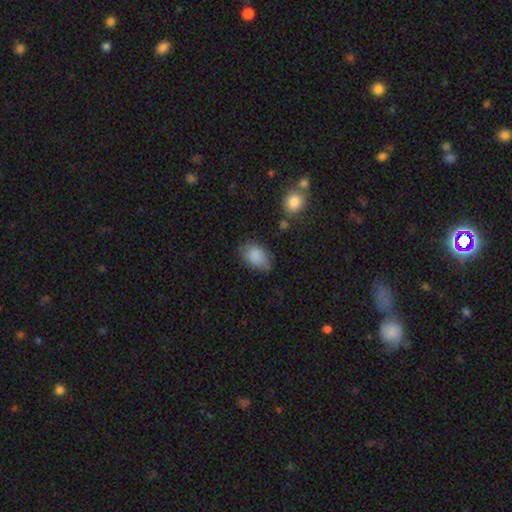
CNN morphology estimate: This is clearly a smooth galaxy (85%). How rounded: clearly in between (86%). Merging: likely none (63%).